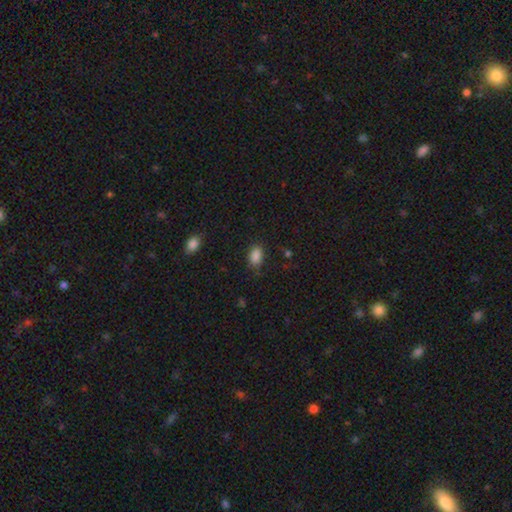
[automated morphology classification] Smooth or featured: smooth — 87% (star or artifact — 9%)
How rounded: in between — 86% (round — 13%)
Merging: none — 78% (minor disturbance — 16%)